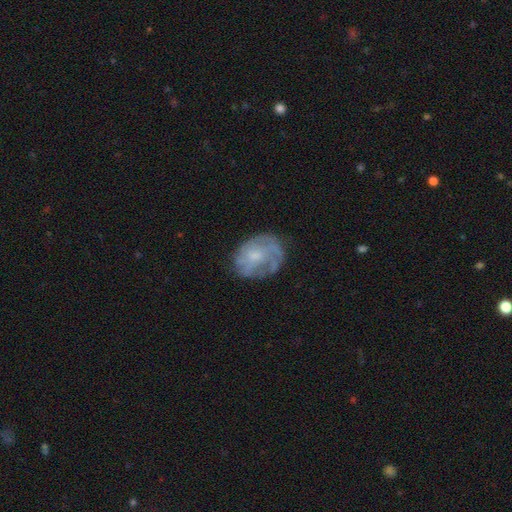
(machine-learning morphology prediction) Smooth or featured: featured or disk — 56% (smooth — 36%)
Edge-on disk: no — 97% (yes — 3%)
Bar: no — 76% (weak — 21%)
Spiral arms: yes — 58% (no — 42%)
Bulge size: moderate — 40% (small — 37%)
Merging: none — 63% (minor disturbance — 23%)